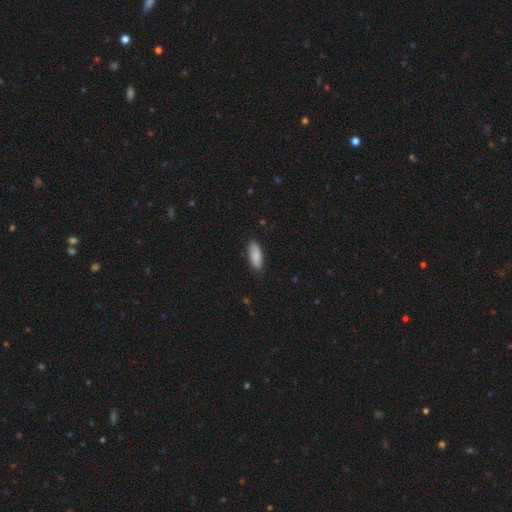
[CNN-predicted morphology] type=smooth (88%); roundness=in between (70%); merging=none (86%).